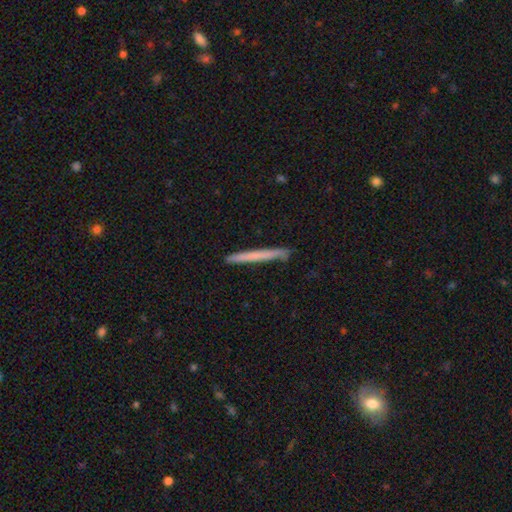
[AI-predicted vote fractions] Morphology: type=smooth (63%); roundness=cigar-shaped (97%); merging=none (90%).